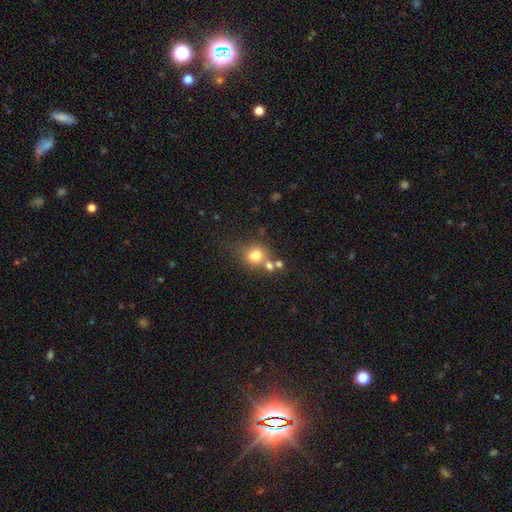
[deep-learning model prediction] Morphology: type=smooth (76%); roundness=round (74%); merging=none (55%).